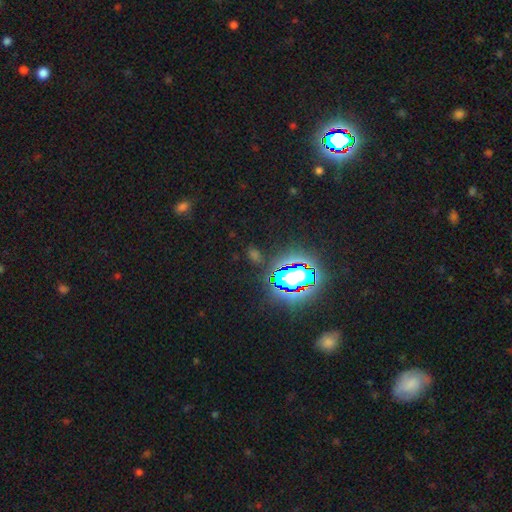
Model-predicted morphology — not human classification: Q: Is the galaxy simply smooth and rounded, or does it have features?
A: star or artifact — 65%.